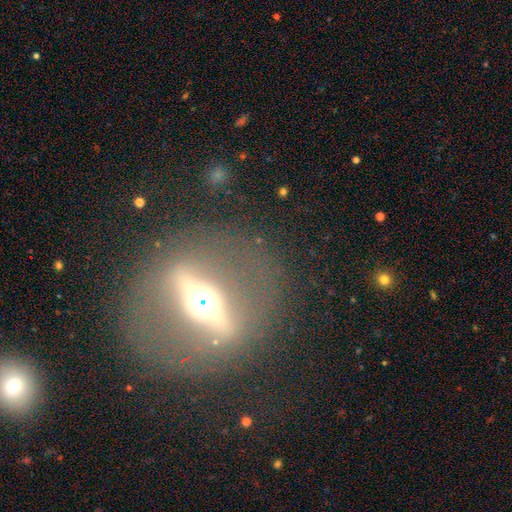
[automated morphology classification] Q: Smooth or featured?
A: featured or disk (76%); runner-up: smooth (14%)
Q: Edge-on disk?
A: yes (63%); runner-up: no (37%)
Q: Merging?
A: none (79%); runner-up: minor disturbance (10%)